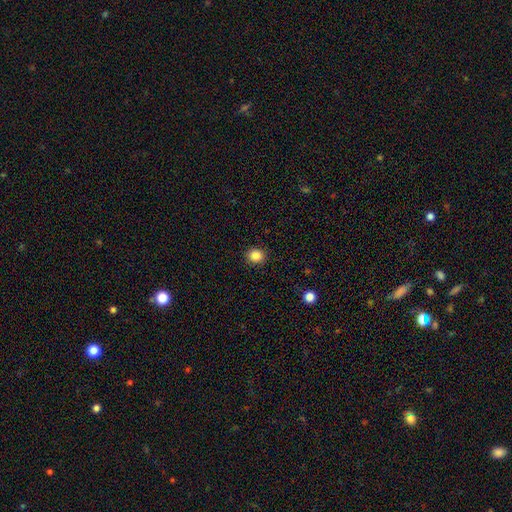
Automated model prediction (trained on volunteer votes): smooth_or_featured: smooth (p=0.86) [alt: star or artifact p=0.11]
how_rounded: round (p=0.84) [alt: in between p=0.15]
merging: none (p=0.91) [alt: minor disturbance p=0.06]